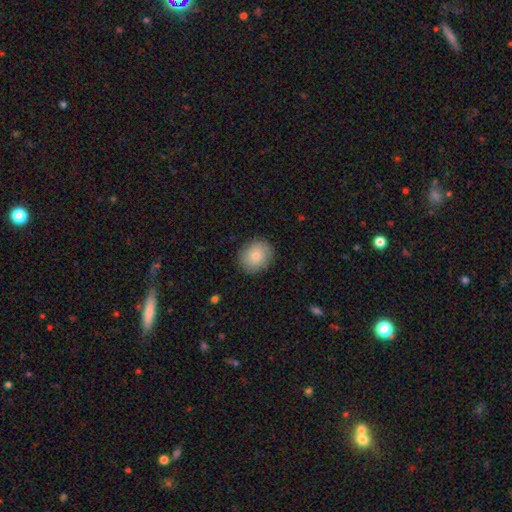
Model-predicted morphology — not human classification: Smooth or featured? Predicted: smooth (p=0.84). How rounded? Predicted: round (p=0.61). Merging? Predicted: none (p=0.88).